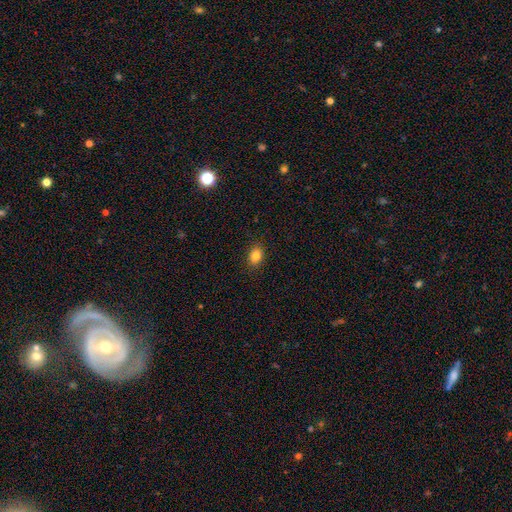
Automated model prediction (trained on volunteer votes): Smooth or featured? smooth (84%)
How rounded? in between (74%)
Merging? none (88%)